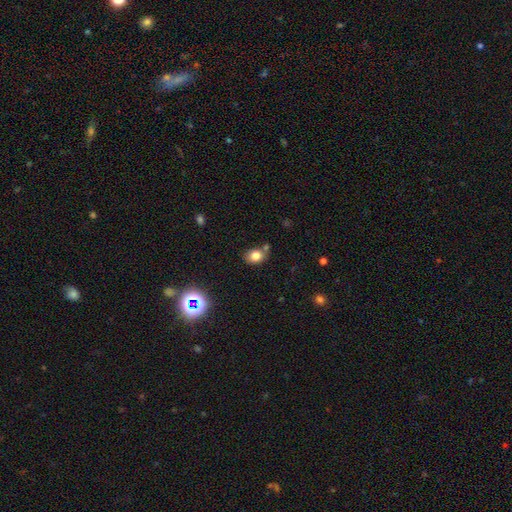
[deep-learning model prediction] This appears to be a smooth galaxy with no disk features (79%) that is in between round and cigar-shaped (59%). Merging: none (67%).